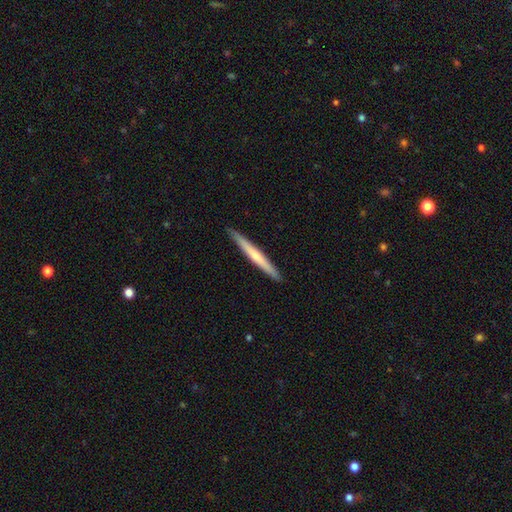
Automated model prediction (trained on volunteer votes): A smooth galaxy with no disk features (48%).

Vote fractions:
- Smooth or featured? smooth: 48% / featured or disk: 47% / star or artifact: 5%
- Merging? none: 91% / minor disturbance: 7% / major disturbance: 1% / merger: 1%